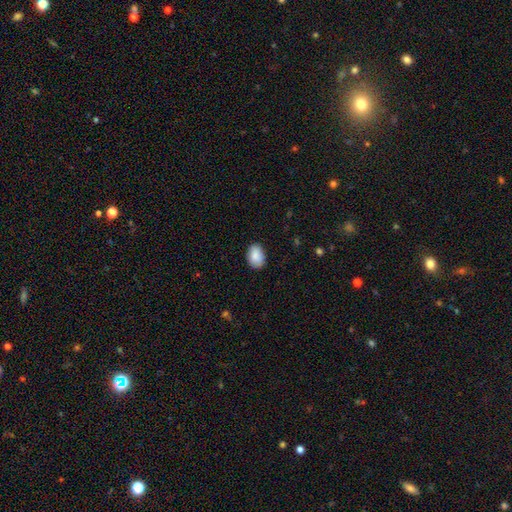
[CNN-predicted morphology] The model was most divided on "how rounded": in between: 82%, round: 17%, cigar-shaped: 1%. More confident: smooth or featured — smooth (88%); merging — none (82%).